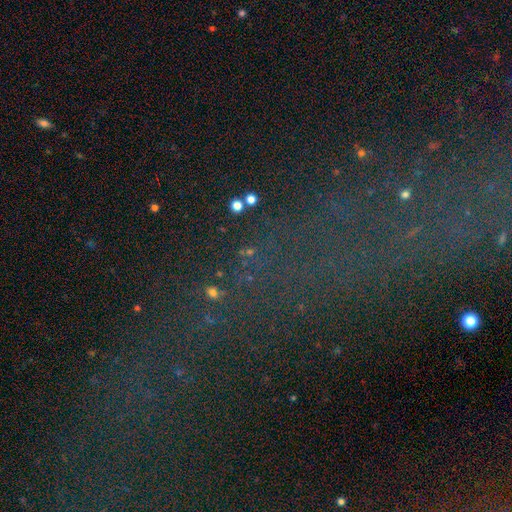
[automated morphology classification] star or artifact 71%, smooth 16%, featured or disk 14%.